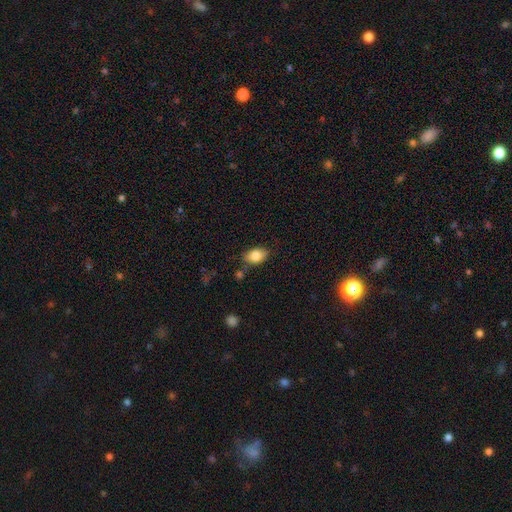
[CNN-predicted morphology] A smooth galaxy with no disk features (81%) that is in between round and cigar-shaped (83%).

Vote fractions:
- Smooth or featured? smooth: 81% / featured or disk: 11% / star or artifact: 8%
- How rounded? in between: 83% / round: 15% / cigar-shaped: 2%
- Merging? none: 72% / minor disturbance: 18% / merger: 6% / major disturbance: 4%